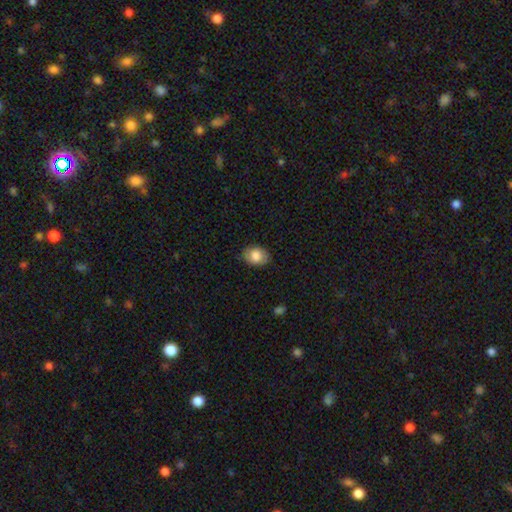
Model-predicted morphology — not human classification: This is clearly a smooth galaxy (83%). How rounded: likely in between (73%). Merging: clearly none (83%).